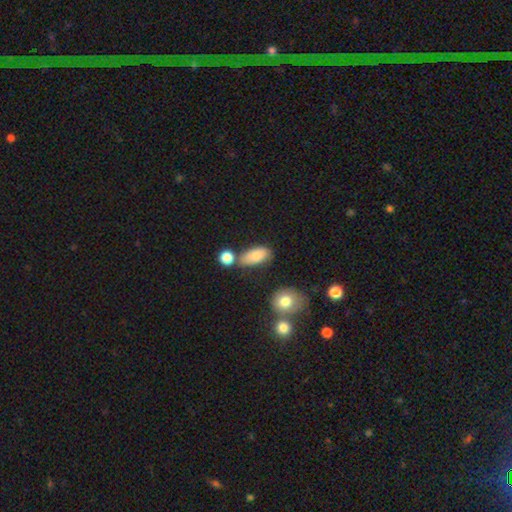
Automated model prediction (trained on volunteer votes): This is likely a smooth galaxy (78%). How rounded: clearly in between (86%). Merging: likely none (61%).